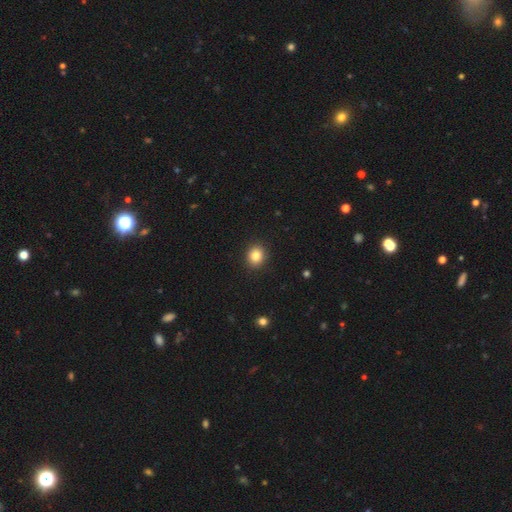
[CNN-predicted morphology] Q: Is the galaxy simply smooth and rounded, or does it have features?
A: smooth — 84%.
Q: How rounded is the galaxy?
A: round — 73%.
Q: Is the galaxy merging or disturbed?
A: none — 91%.